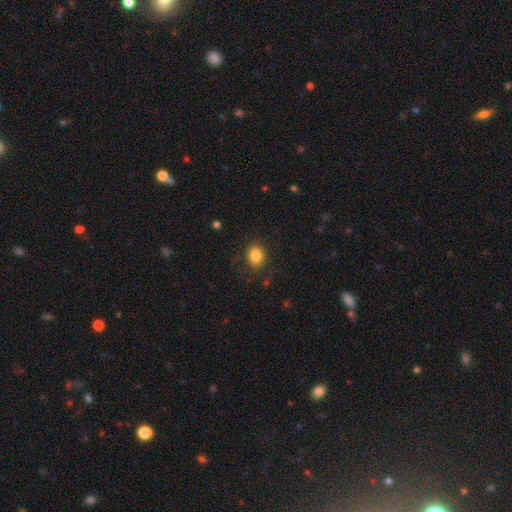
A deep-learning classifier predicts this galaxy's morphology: smooth_or_featured: smooth (p=0.84) [alt: star or artifact p=0.09]
how_rounded: in between (p=0.59) [alt: round p=0.40]
merging: none (p=0.81) [alt: minor disturbance p=0.13]